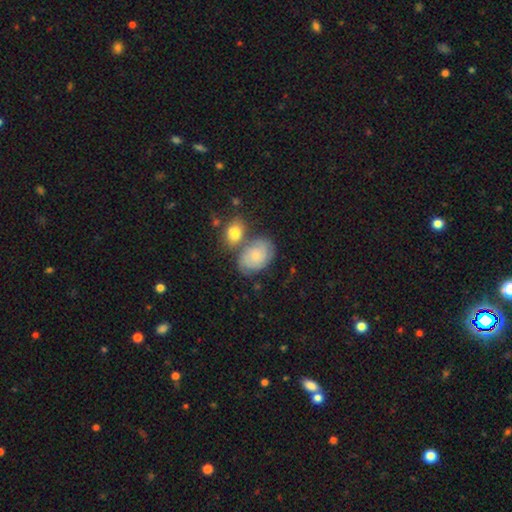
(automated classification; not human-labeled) This appears to be a featured or disk galaxy (61%) with no bar (80%), tight (65%) spiral arms (88%) and a small central bulge (72%). Merging: none (54%).